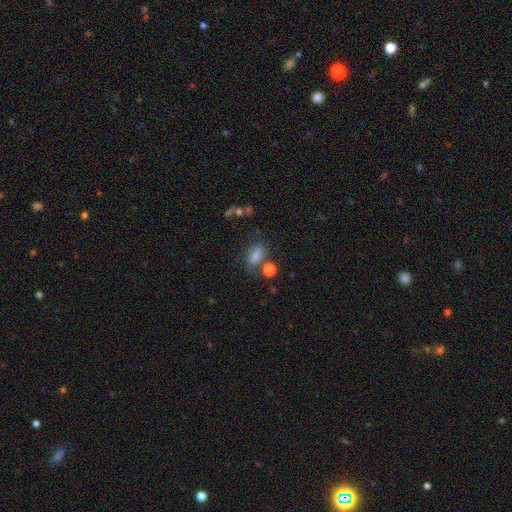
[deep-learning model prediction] This appears to be a smooth galaxy with no disk features (76%) that is in between round and cigar-shaped (76%). Merging: none (57%).